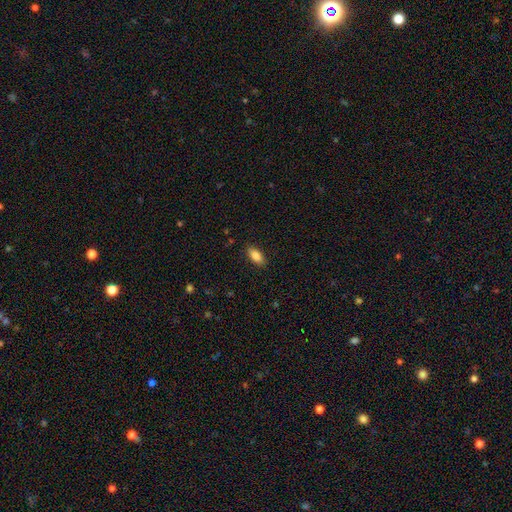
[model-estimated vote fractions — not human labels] Smooth or featured?
  - smooth: 86% *
  - star or artifact: 7%
  - featured or disk: 7%
How rounded?
  - in between: 87% *
  - cigar-shaped: 10%
  - round: 3%
Merging?
  - none: 87% *
  - minor disturbance: 9%
  - major disturbance: 2%
  - merger: 1%